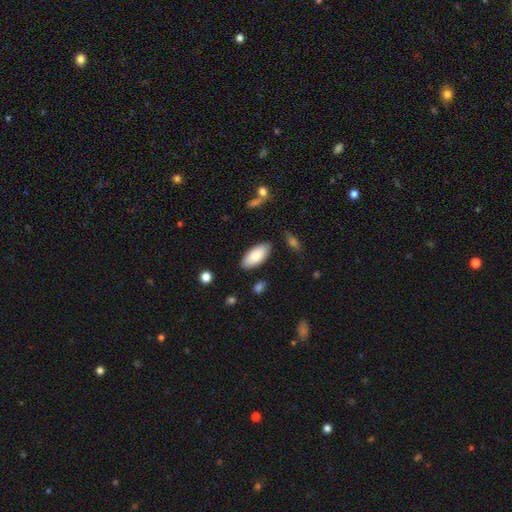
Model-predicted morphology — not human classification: Q: Smooth or featured?
A: smooth (83%); runner-up: featured or disk (11%)
Q: How rounded?
A: in between (91%); runner-up: cigar-shaped (8%)
Q: Merging?
A: none (85%); runner-up: minor disturbance (10%)